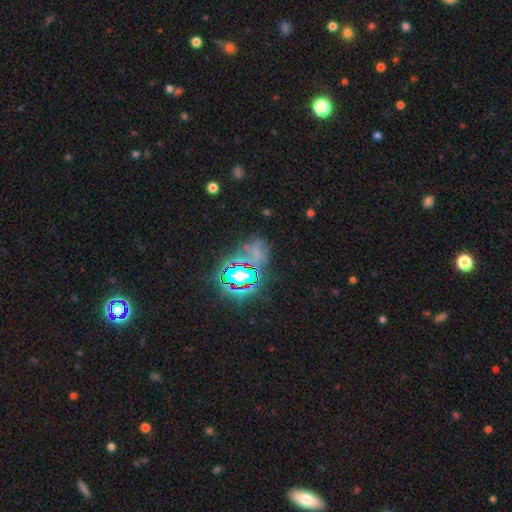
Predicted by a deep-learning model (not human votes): This appears to be a star or artifact, not a galaxy (56%).